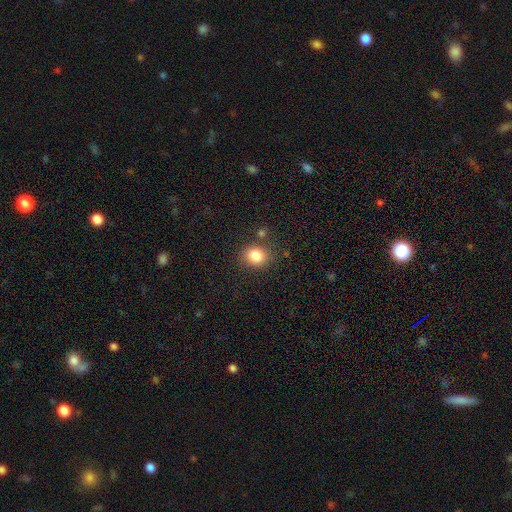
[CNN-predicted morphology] Smooth or featured? Predicted: smooth (p=0.83). How rounded? Predicted: round (p=0.66). Merging? Predicted: none (p=0.79).